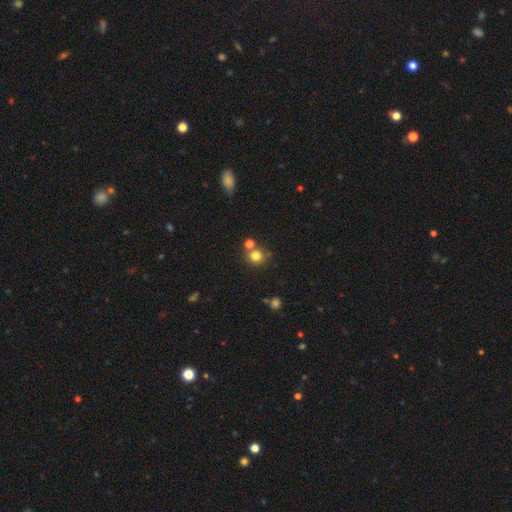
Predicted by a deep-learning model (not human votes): smooth_or_featured: smooth (p=0.79) [alt: star or artifact p=0.14]
how_rounded: round (p=0.88) [alt: in between p=0.11]
merging: none (p=0.68) [alt: merger p=0.20]